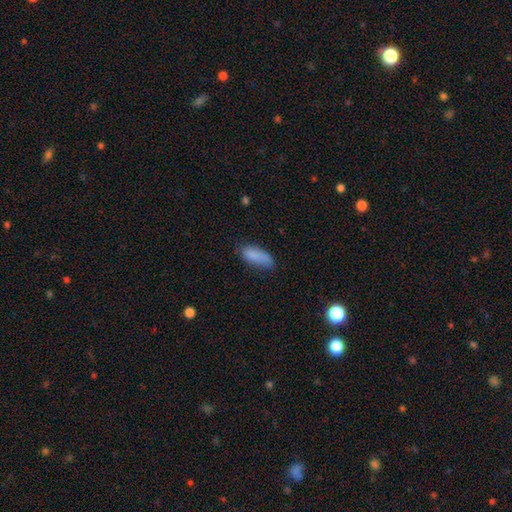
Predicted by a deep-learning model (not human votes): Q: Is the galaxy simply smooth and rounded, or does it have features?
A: smooth — 83%.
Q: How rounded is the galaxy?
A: in between — 76%.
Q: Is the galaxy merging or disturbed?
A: none — 57%.